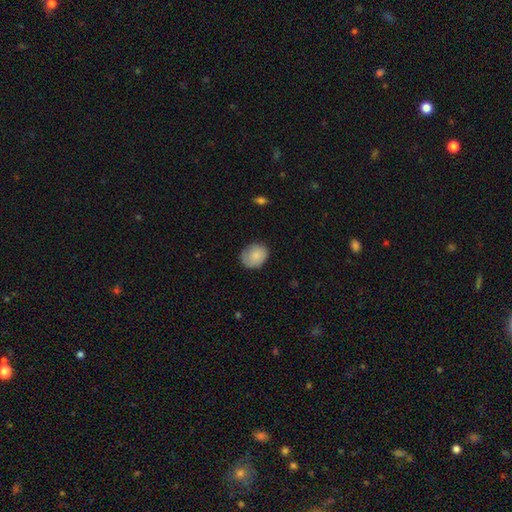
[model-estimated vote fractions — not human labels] The model was most divided on "how rounded": round: 53%, in between: 46%, cigar-shaped: 1%. More confident: smooth or featured — smooth (85%); merging — none (73%).